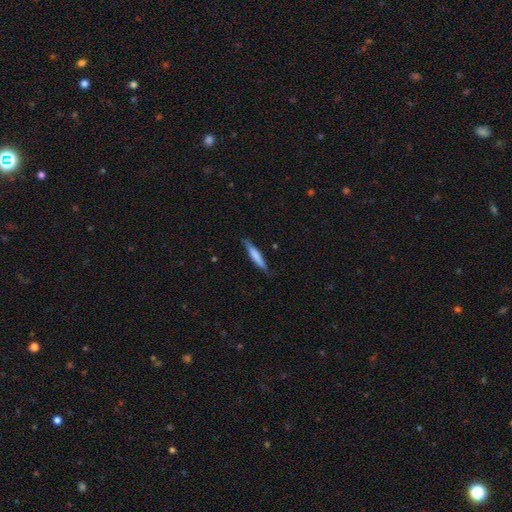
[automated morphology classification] smooth-or-featured: smooth: 64% | featured or disk: 31% | star or artifact: 6%
  how-rounded: cigar-shaped: 91% | in between: 8% | round: 1%
  merging: none: 82% | minor disturbance: 14% | major disturbance: 2% | merger: 1%